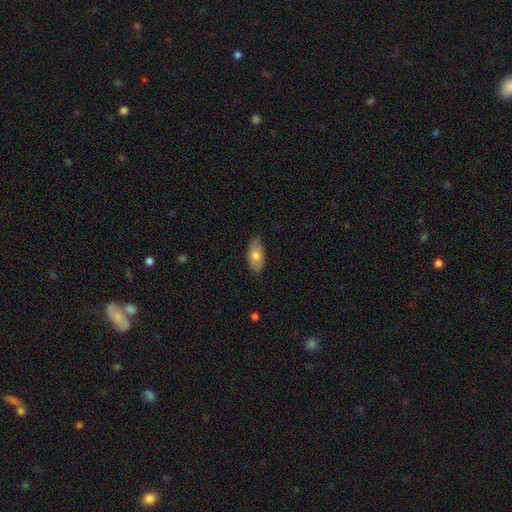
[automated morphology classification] Smooth or featured?
  - smooth: 75% *
  - featured or disk: 19%
  - star or artifact: 7%
How rounded?
  - in between: 91% *
  - cigar-shaped: 5%
  - round: 4%
Merging?
  - none: 82% *
  - minor disturbance: 15%
  - major disturbance: 2%
  - merger: 1%